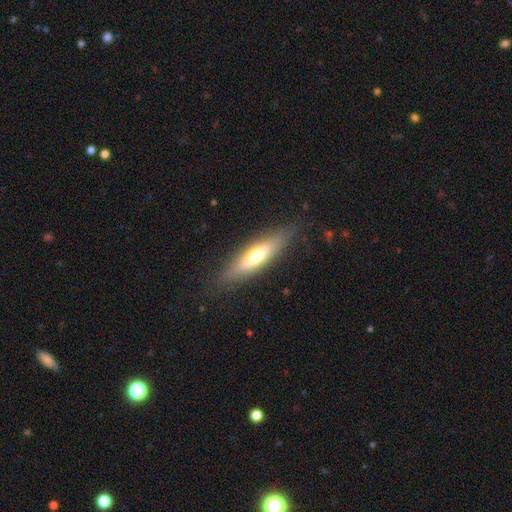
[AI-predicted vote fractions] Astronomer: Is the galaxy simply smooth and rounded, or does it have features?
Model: smooth — 56% (runner-up: featured or disk, 38%).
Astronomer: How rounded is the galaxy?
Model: cigar-shaped — 67%.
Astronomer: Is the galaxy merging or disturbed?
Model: none — 84%.